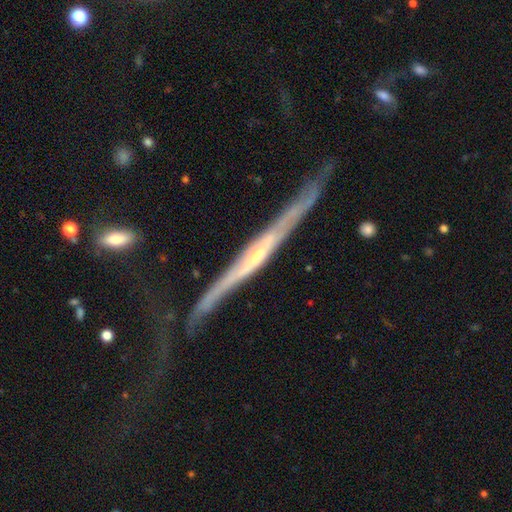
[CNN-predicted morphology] The model was most divided on "edge-on bulge": none: 48%, rounded: 41%, boxy: 10%. Remaining: edge-on disk — yes (91%); smooth or featured — featured or disk (81%); merging — none (48%).